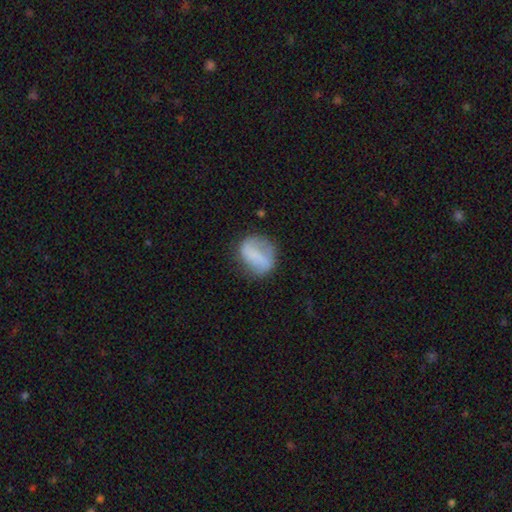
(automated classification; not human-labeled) A smooth galaxy with no disk features (54%) that is round (53%).

Vote fractions:
- Smooth or featured? smooth: 54% / featured or disk: 38% / star or artifact: 9%
- How rounded? round: 53% / in between: 45% / cigar-shaped: 3%
- Merging? none: 61% / minor disturbance: 24% / major disturbance: 13% / merger: 3%